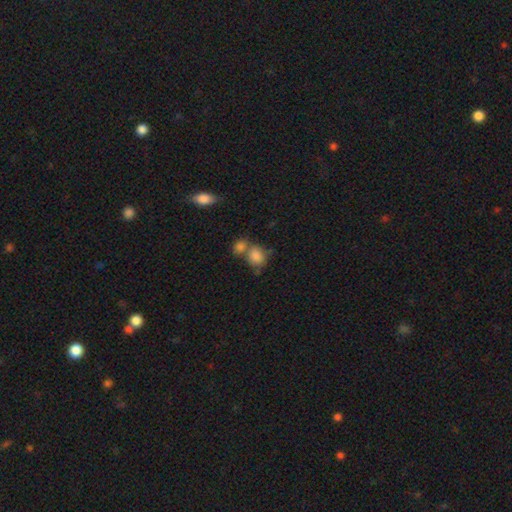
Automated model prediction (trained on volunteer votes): A smooth galaxy with no disk features (84%) that is round (50%). Merging: merger (48%).